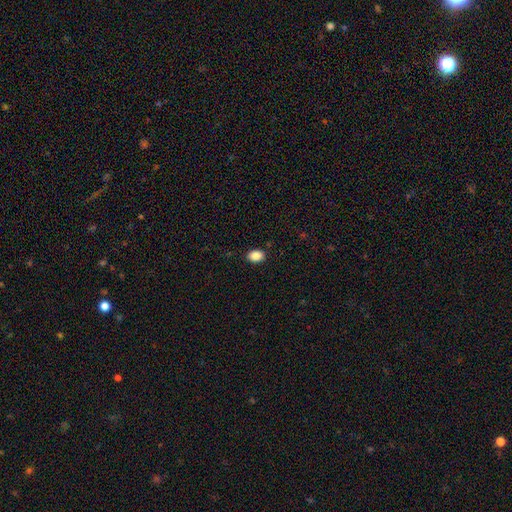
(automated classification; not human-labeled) Morphology: type=smooth (88%); roundness=in between (78%); merging=none (89%).